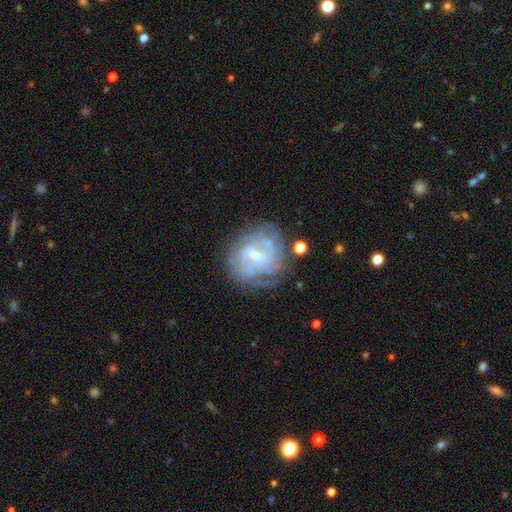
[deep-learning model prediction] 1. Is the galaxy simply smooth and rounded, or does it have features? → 78% featured or disk, 14% smooth, 8% star or artifact.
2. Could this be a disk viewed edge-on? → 97% no, 3% yes.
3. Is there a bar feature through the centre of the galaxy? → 56% weak, 23% strong, 21% no.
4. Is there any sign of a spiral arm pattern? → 84% yes, 16% no.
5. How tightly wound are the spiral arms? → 59% tight, 30% medium, 11% loose.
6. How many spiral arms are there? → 49% can't tell, 20% 2, 13% 3, 9% 4, 5% more than 4, 4% 1.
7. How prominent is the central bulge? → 54% small, 35% moderate, 7% none, 2% large, 1% dominant.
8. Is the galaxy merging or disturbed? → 67% none, 18% minor disturbance, 11% major disturbance, 4% merger.